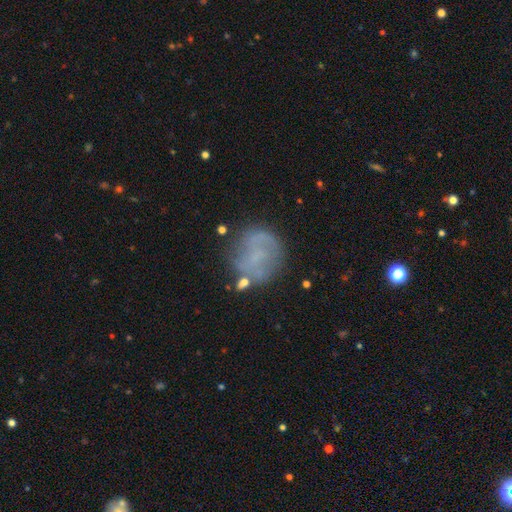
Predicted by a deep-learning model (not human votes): A featured or disk galaxy (46%).

Vote fractions:
- Smooth or featured? featured or disk: 46% / smooth: 39% / star or artifact: 15%
- Merging? none: 65% / minor disturbance: 19% / major disturbance: 11% / merger: 6%